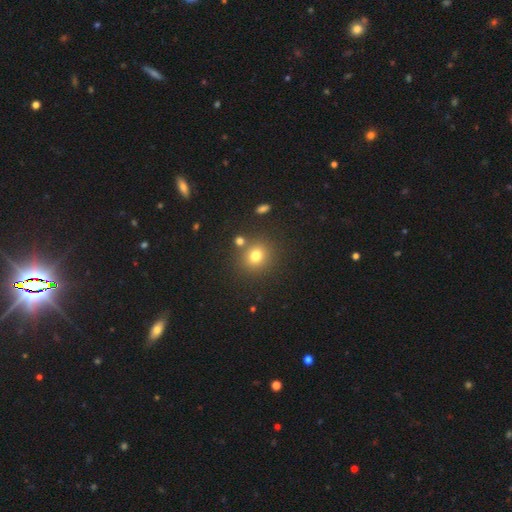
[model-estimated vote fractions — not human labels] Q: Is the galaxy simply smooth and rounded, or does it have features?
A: smooth — 76%.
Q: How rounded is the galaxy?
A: round — 81%.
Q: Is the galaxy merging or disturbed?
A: none — 78%.